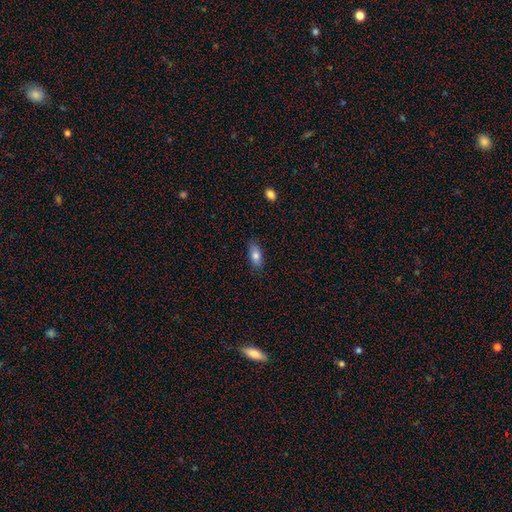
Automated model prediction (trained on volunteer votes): Smooth or featured: smooth — 80% (featured or disk — 13%)
How rounded: in between — 85% (cigar-shaped — 11%)
Merging: none — 84% (minor disturbance — 12%)